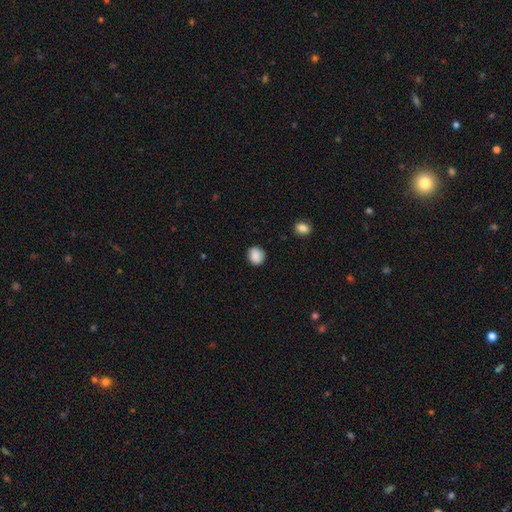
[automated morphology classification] Smooth or featured? Predicted: smooth (p=0.88). How rounded? Predicted: round (p=0.74). Merging? Predicted: none (p=0.87).